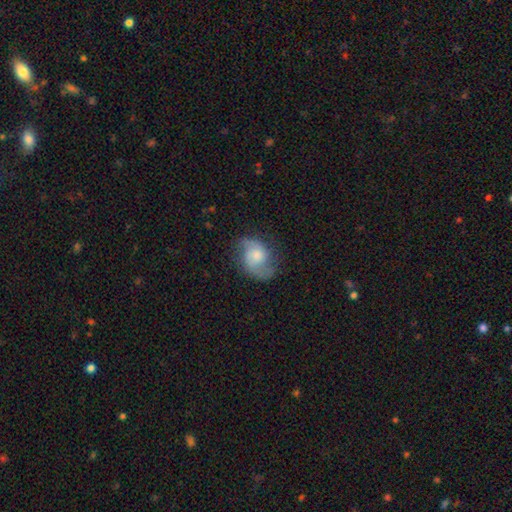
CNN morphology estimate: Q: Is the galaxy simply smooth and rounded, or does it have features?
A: featured or disk — 67%.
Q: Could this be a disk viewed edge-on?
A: no — 97%.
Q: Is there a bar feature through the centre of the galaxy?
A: no — 66%.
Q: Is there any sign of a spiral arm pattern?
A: yes — 92%.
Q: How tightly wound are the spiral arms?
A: medium — 46%.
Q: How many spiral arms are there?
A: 2 — 86%.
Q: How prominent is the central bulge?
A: moderate — 41%.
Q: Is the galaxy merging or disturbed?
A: none — 65%.